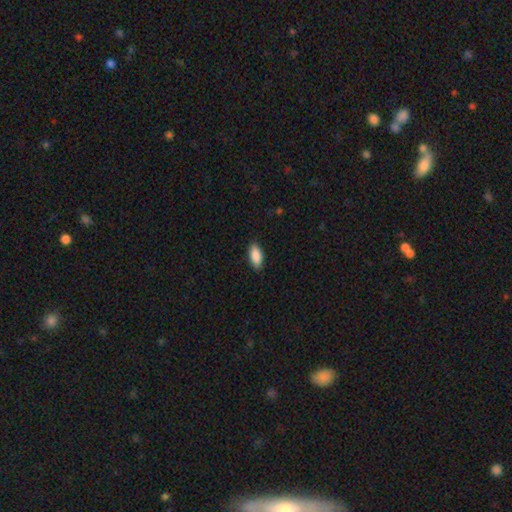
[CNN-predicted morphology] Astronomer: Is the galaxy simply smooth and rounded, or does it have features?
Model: smooth — 89%.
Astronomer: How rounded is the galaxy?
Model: in between — 86%.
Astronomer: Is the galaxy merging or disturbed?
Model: none — 89%.